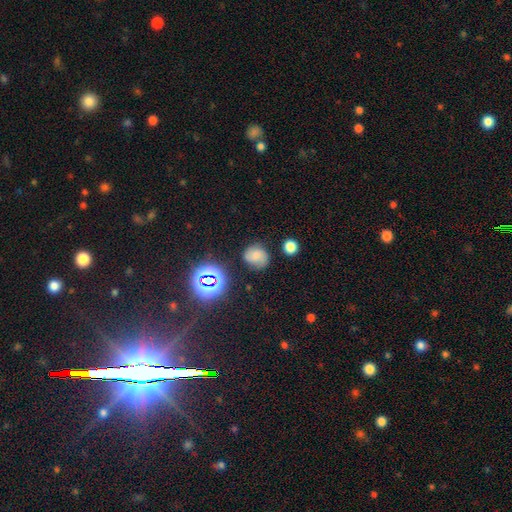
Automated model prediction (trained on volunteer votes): smooth-or-featured: smooth: 54% | featured or disk: 28% | star or artifact: 18%
  how-rounded: round: 76% | in between: 23% | cigar-shaped: 1%
  merging: none: 68% | minor disturbance: 22% | major disturbance: 7% | merger: 3%